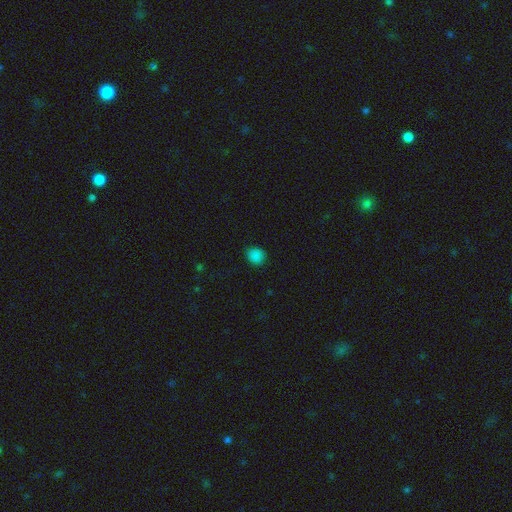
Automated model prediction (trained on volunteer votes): smooth_or_featured: smooth (p=0.84) [alt: star or artifact p=0.13]
how_rounded: round (p=0.75) [alt: in between p=0.24]
merging: none (p=0.86) [alt: minor disturbance p=0.10]